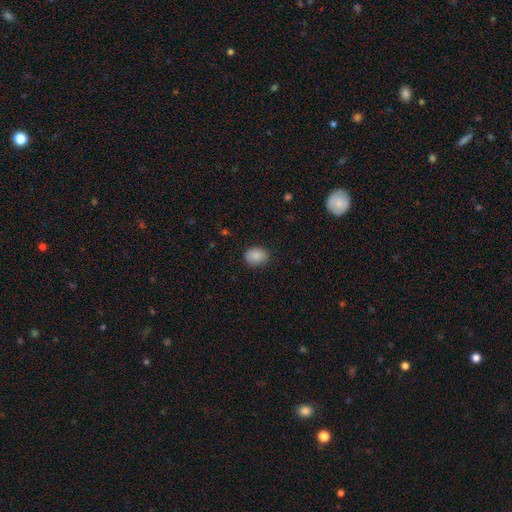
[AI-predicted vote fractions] This appears to be a smooth galaxy with no disk features (87%) that is in between round and cigar-shaped (57%). Merging: none (82%).